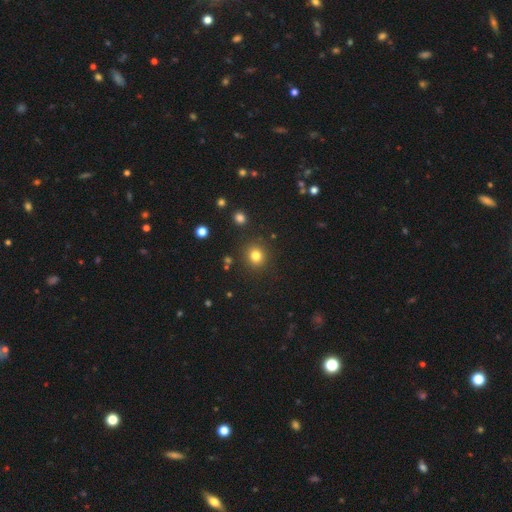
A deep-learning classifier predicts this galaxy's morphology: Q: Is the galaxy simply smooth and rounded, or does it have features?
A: smooth — 81%.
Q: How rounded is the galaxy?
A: round — 87%.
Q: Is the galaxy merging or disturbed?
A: none — 88%.